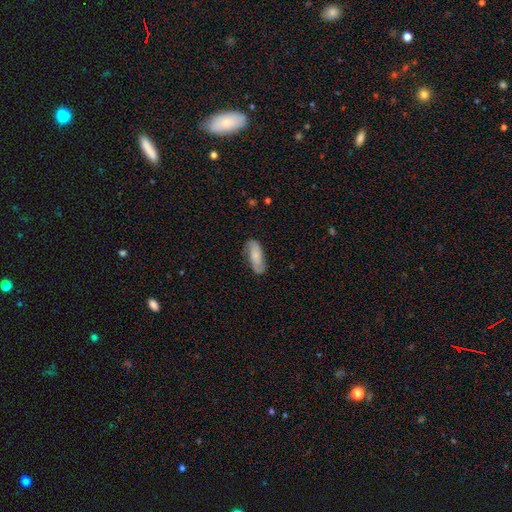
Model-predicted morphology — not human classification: smooth-or-featured: smooth: 60% | featured or disk: 34% | star or artifact: 6%
  how-rounded: in between: 76% | cigar-shaped: 22% | round: 2%
  merging: none: 74% | minor disturbance: 19% | major disturbance: 5% | merger: 1%